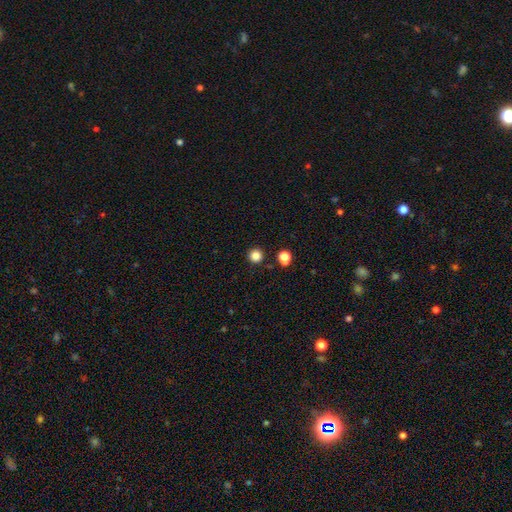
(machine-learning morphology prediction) type=smooth (84%); roundness=round (96%); merging=none (90%).